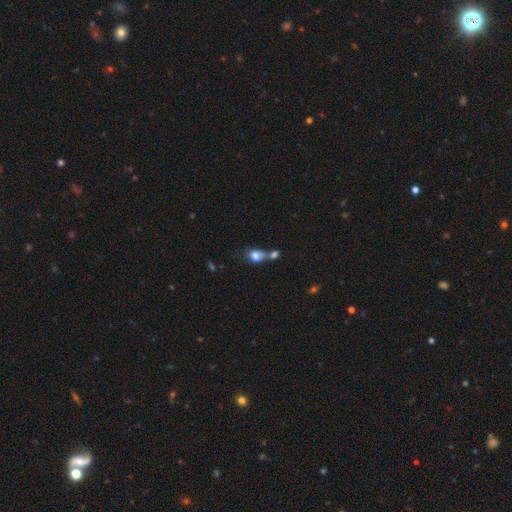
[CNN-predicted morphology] type=smooth (79%); roundness=in between (54%); merging=merger (53%).